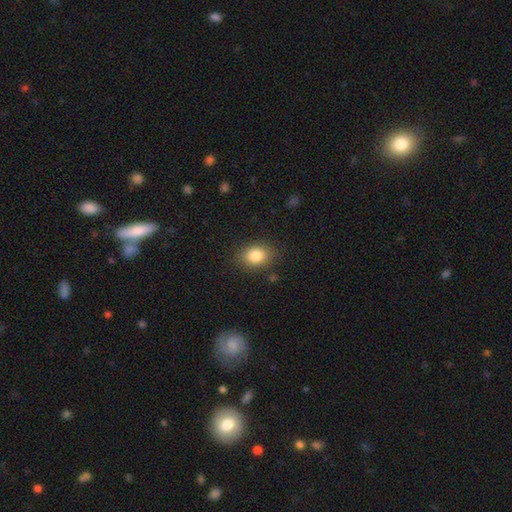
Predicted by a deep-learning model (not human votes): The model was most divided on "how rounded": in between: 62%, round: 37%, cigar-shaped: 1%. More confident: merging — none (85%); smooth or featured — smooth (84%).